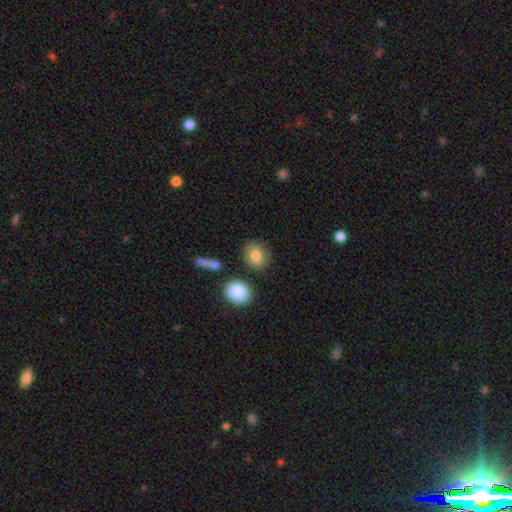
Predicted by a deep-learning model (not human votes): Q: Smooth or featured?
A: smooth (78%); runner-up: featured or disk (14%)
Q: How rounded?
A: round (65%); runner-up: in between (33%)
Q: Merging?
A: none (79%); runner-up: minor disturbance (13%)